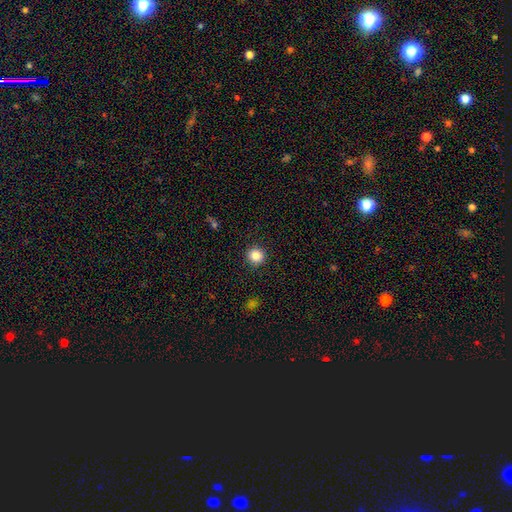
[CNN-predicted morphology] type=smooth (85%); roundness=round (94%); merging=none (93%).